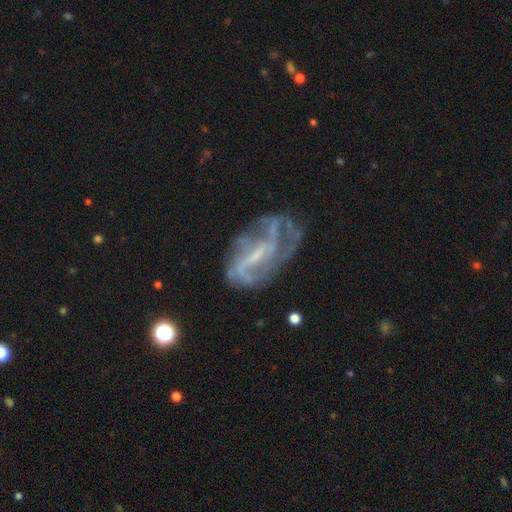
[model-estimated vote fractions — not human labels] A featured or disk galaxy (80%) with a weak bar (42%), medium (40%) spiral arms (82%) and a small central bulge (57%). Merging: none (50%).